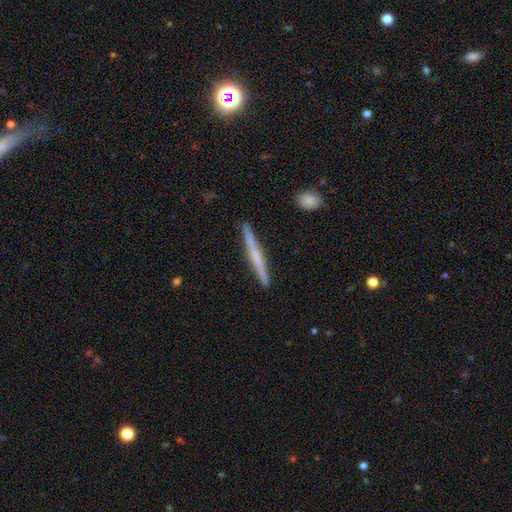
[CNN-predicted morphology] A featured or disk galaxy (58%) viewed edge-on (98%) with no central bulge (47%).

Vote fractions:
- Smooth or featured? featured or disk: 58% / smooth: 36% / star or artifact: 6%
- Edge-on disk? yes: 98% / no: 2%
- Edge-on bulge? none: 47% / rounded: 42% / boxy: 10%
- Merging? none: 92% / minor disturbance: 6% / merger: 1% / major disturbance: 1%